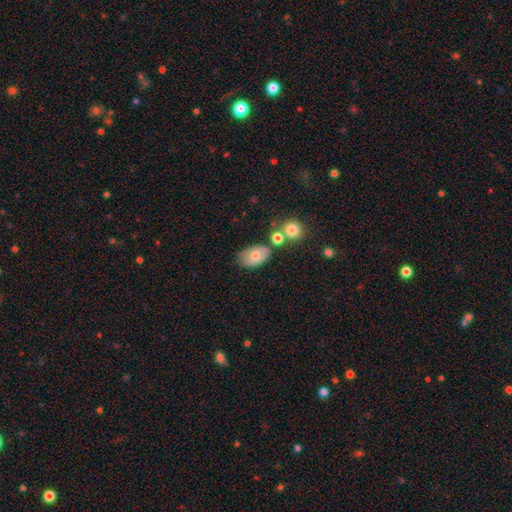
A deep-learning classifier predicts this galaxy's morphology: The model was most divided on "merging": none: 61%, minor disturbance: 19%, merger: 14%, major disturbance: 6%. More confident: how rounded — in between (89%); smooth or featured — smooth (72%).